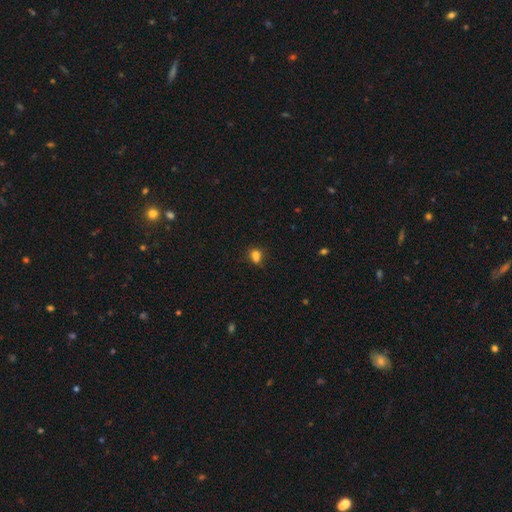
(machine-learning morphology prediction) smooth 76%, star or artifact 16%, featured or disk 8%. Down the decision tree: how rounded — in between (52%); merging — none (52%).